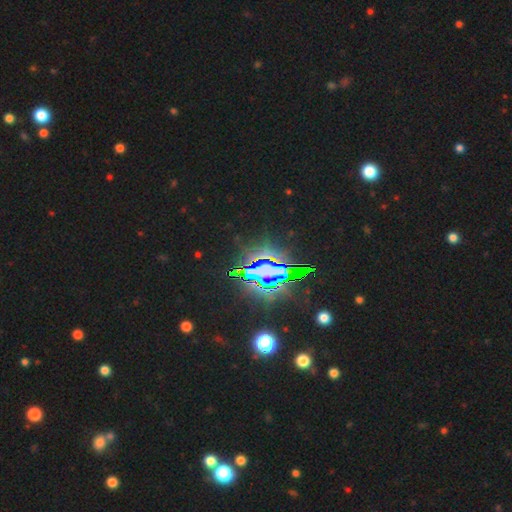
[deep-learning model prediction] Q: Smooth or featured?
A: star or artifact (76%); runner-up: smooth (13%)